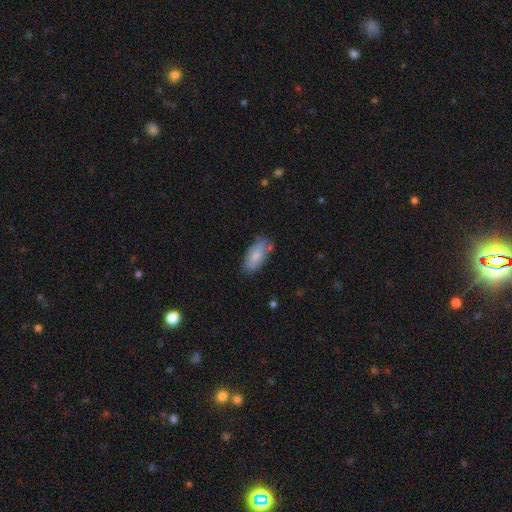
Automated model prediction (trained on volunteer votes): Overall: smooth (75%). How rounded: in between (88%). Merging: none (70%).